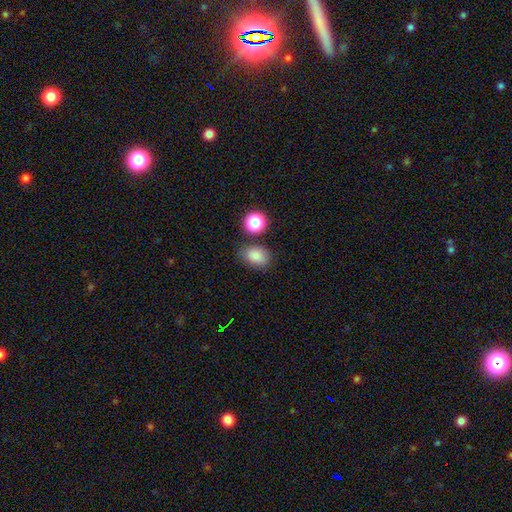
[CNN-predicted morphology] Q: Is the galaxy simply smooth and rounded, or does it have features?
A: smooth — 82%.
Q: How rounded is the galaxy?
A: in between — 71%.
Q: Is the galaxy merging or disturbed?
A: none — 72%.